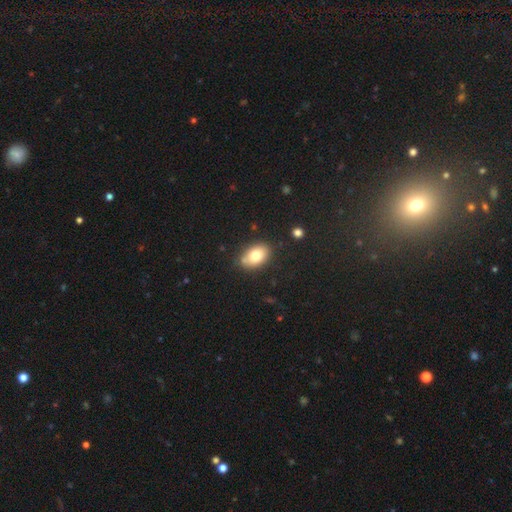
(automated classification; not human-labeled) A smooth galaxy with no disk features (77%) that is in between round and cigar-shaped (84%).

Vote fractions:
- Smooth or featured? smooth: 77% / featured or disk: 14% / star or artifact: 9%
- How rounded? in between: 84% / round: 15% / cigar-shaped: 1%
- Merging? none: 77% / minor disturbance: 15% / merger: 5% / major disturbance: 3%